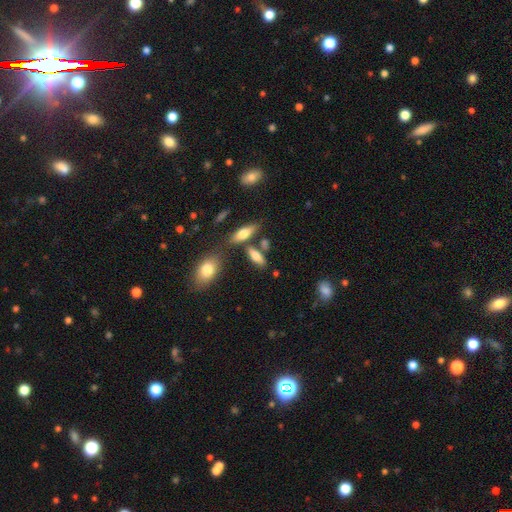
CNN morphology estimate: Q: Smooth or featured?
A: smooth (71%); runner-up: featured or disk (20%)
Q: How rounded?
A: in between (63%); runner-up: cigar-shaped (33%)
Q: Merging?
A: none (63%); runner-up: merger (19%)